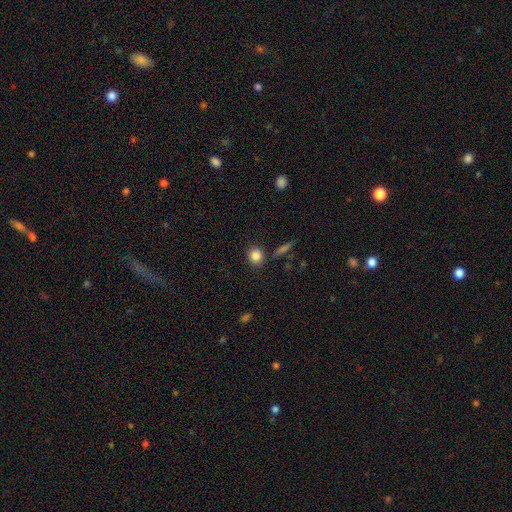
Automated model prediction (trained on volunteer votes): smooth 84%, star or artifact 10%, featured or disk 6%. Down the decision tree: how rounded — round (82%); merging — none (83%).